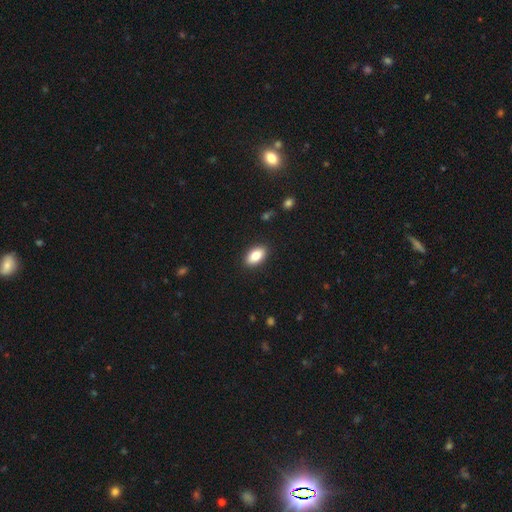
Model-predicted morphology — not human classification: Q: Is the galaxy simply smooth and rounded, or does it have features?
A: smooth — 85%.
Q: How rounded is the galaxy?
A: in between — 92%.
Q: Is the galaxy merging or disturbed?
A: none — 89%.